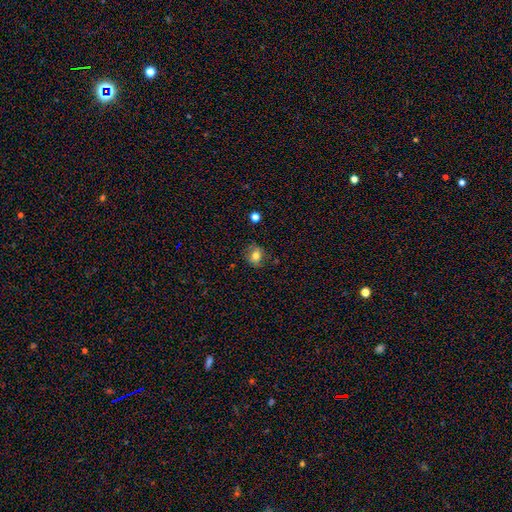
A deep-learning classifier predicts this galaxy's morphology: This is likely a smooth galaxy (76%). How rounded: likely round (65%). Merging: clearly none (81%).